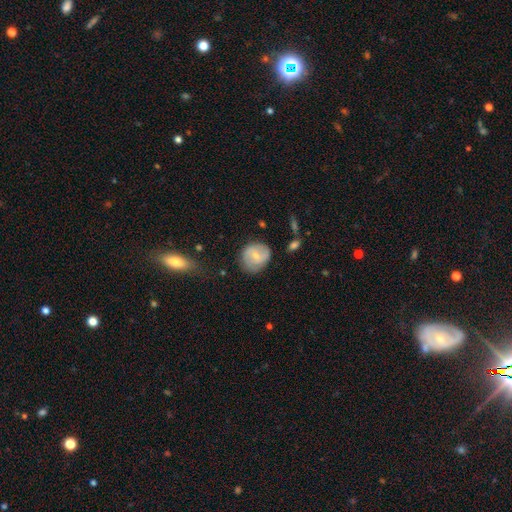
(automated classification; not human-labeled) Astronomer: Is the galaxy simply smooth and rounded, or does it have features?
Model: featured or disk — 47% (runner-up: smooth, 46%).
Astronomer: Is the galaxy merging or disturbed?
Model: none — 71%.